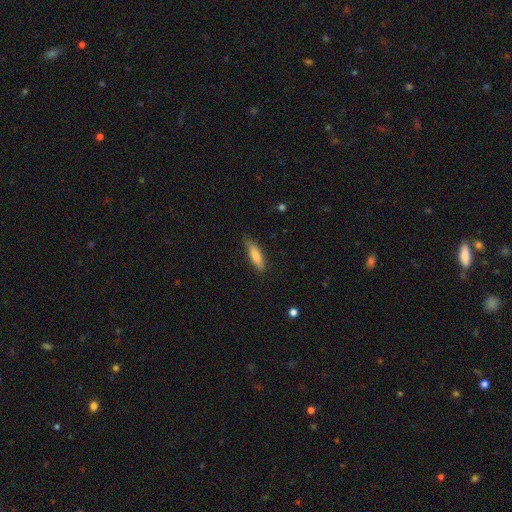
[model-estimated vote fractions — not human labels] A smooth galaxy with no disk features (81%) that is cigar-shaped (62%).

Vote fractions:
- Smooth or featured? smooth: 81% / featured or disk: 13% / star or artifact: 6%
- How rounded? cigar-shaped: 62% / in between: 37% / round: 2%
- Merging? none: 77% / minor disturbance: 18% / major disturbance: 3% / merger: 1%